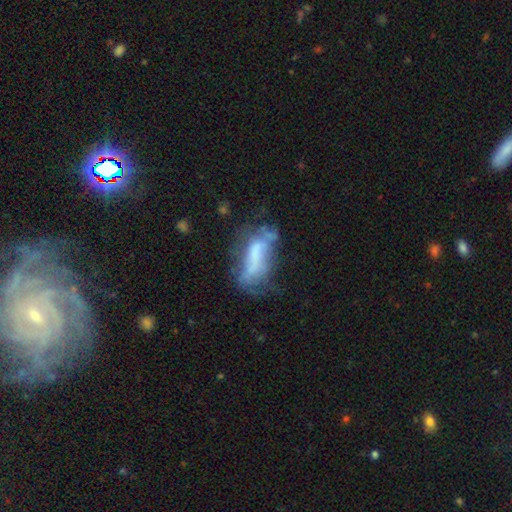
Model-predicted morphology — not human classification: A featured or disk galaxy (46%).

Vote fractions:
- Smooth or featured? featured or disk: 46% / smooth: 42% / star or artifact: 12%
- Merging? none: 33% / major disturbance: 29% / minor disturbance: 26% / merger: 12%